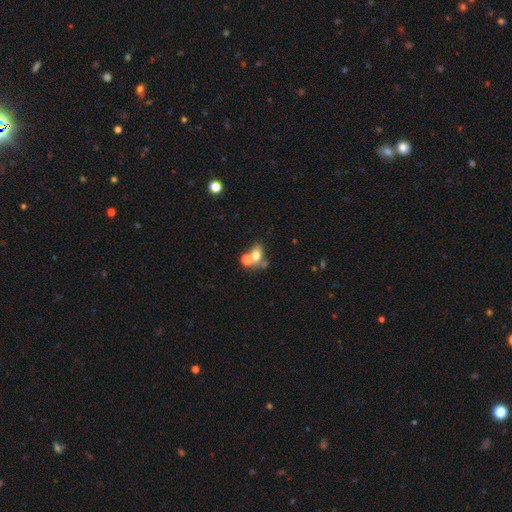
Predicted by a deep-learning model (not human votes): Smooth or featured? Predicted: smooth (p=0.68). How rounded? Predicted: in between (p=0.57). Merging? Predicted: merger (p=0.45).